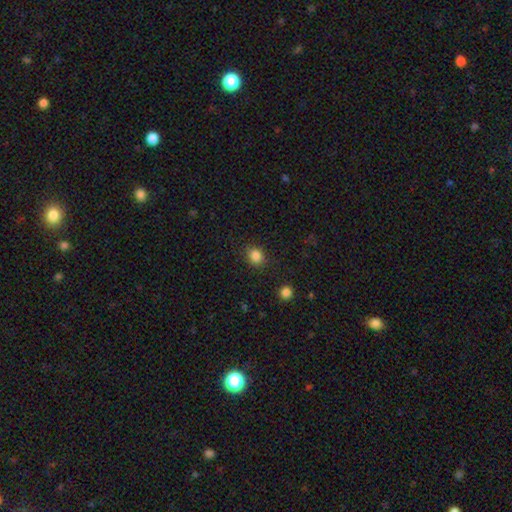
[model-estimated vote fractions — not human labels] smooth-or-featured: smooth: 85% | star or artifact: 11% | featured or disk: 4%
  how-rounded: round: 70% | in between: 29% | cigar-shaped: 1%
  merging: none: 87% | minor disturbance: 9% | major disturbance: 3% | merger: 1%